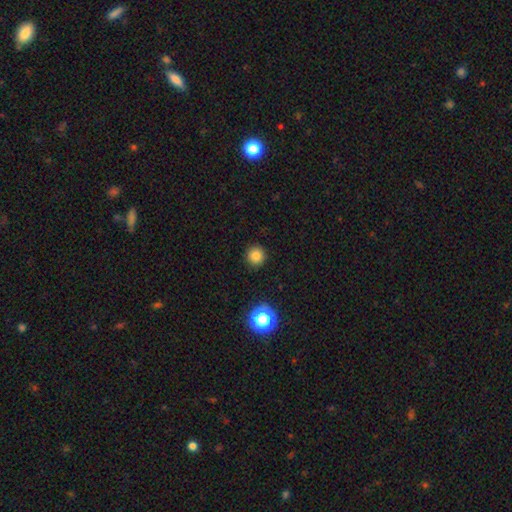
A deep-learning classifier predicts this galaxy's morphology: This appears to be a smooth galaxy with no disk features (81%) that is round (95%). Merging: none (92%).